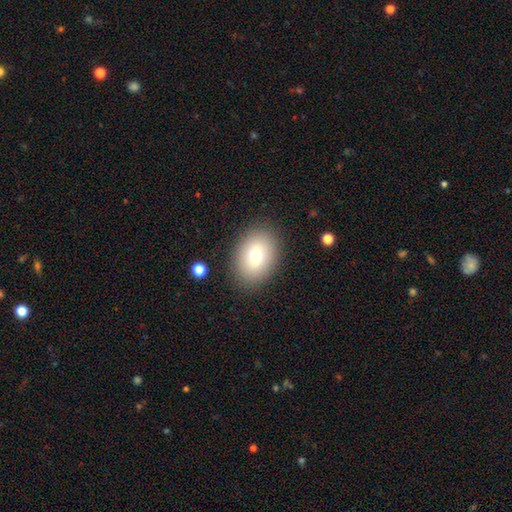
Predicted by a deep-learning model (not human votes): Smooth or featured? smooth (73%)
How rounded? in between (70%)
Merging? none (86%)